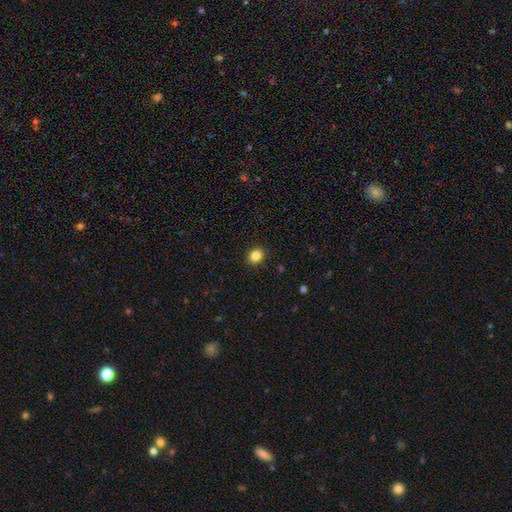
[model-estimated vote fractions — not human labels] Smooth or featured?
  - smooth: 84% *
  - star or artifact: 11%
  - featured or disk: 6%
How rounded?
  - in between: 51% *
  - round: 48%
  - cigar-shaped: 1%
Merging?
  - none: 90% *
  - minor disturbance: 7%
  - major disturbance: 2%
  - merger: 1%